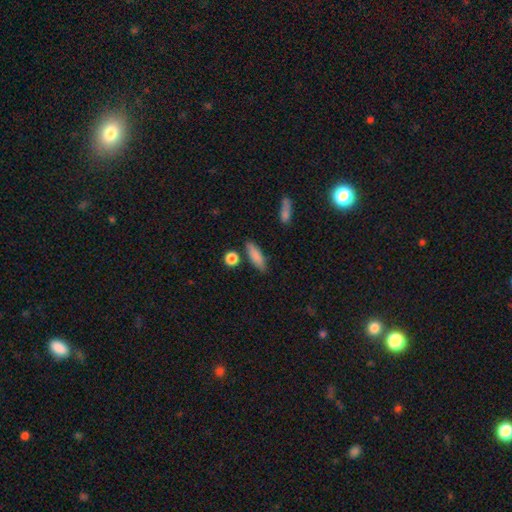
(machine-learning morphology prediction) This appears to be a smooth galaxy with no disk features (83%) that is cigar-shaped (52%). Merging: none (81%).